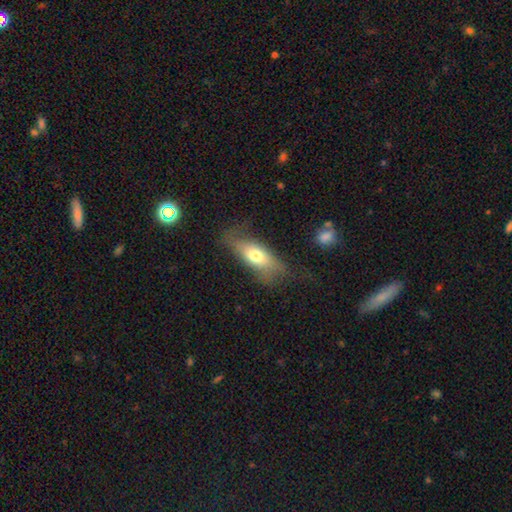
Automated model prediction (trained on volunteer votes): This is likely a smooth galaxy (66%). How rounded: likely in between (77%). Merging: possibly none (54%).